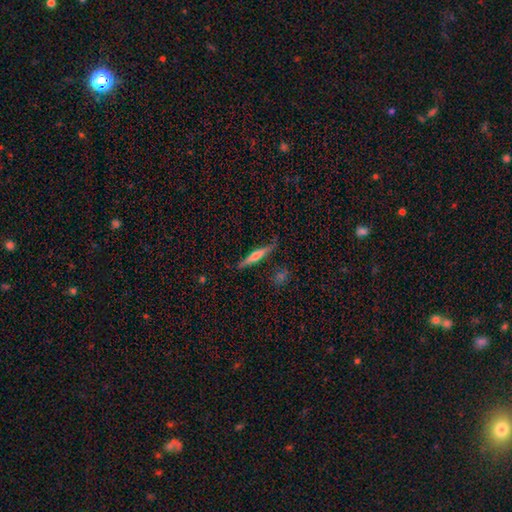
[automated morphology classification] A featured or disk galaxy (49%). Merging: none (83%).